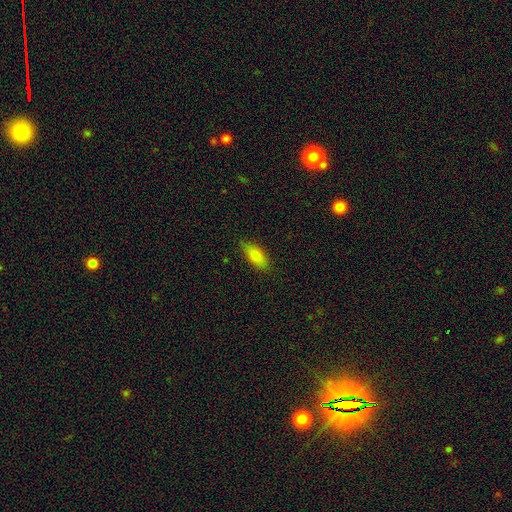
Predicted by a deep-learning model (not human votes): A smooth galaxy with no disk features (82%) that is in between round and cigar-shaped (85%). Merging: none (84%).